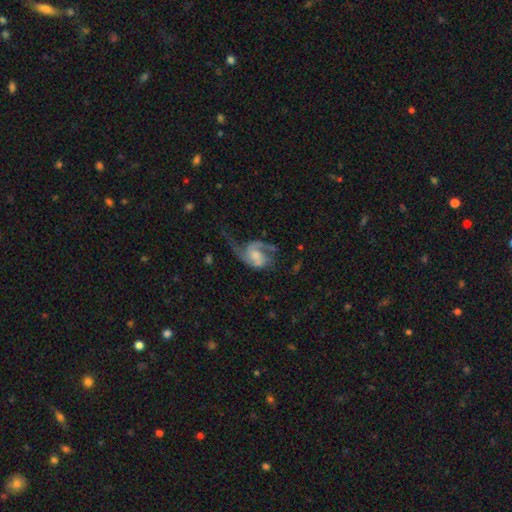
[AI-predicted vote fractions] Smooth or featured: featured or disk — 83% (smooth — 11%)
Edge-on disk: no — 98% (yes — 2%)
Bar: no — 59% (weak — 34%)
Spiral arms: yes — 94% (no — 6%)
Spiral winding: medium — 44% (loose — 41%)
Spiral arm count: 2 — 74% (1 — 11%)
Bulge size: moderate — 36% (small — 31%)
Merging: none — 38% (tied with major disturbance — 38%)